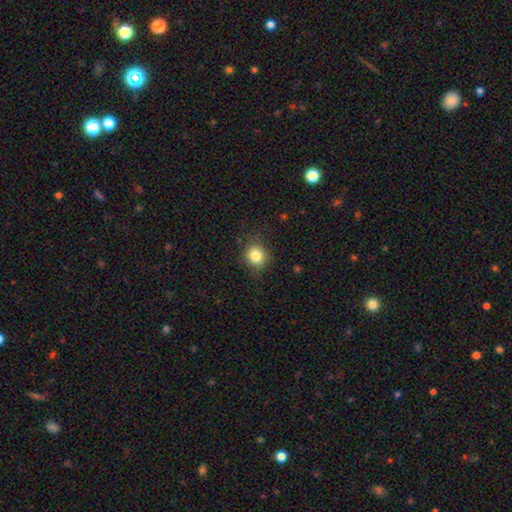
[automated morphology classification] This is clearly a smooth galaxy (83%). How rounded: likely round (78%). Merging: clearly none (83%).